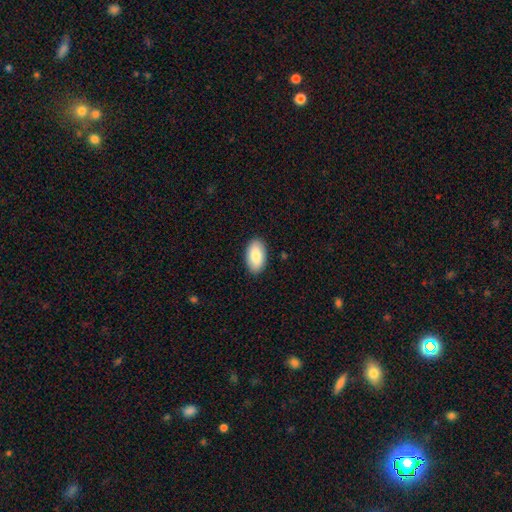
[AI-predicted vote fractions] smooth-or-featured: smooth: 85% | featured or disk: 9% | star or artifact: 6%
  how-rounded: in between: 95% | round: 3% | cigar-shaped: 2%
  merging: none: 89% | minor disturbance: 8% | major disturbance: 2% | merger: 1%